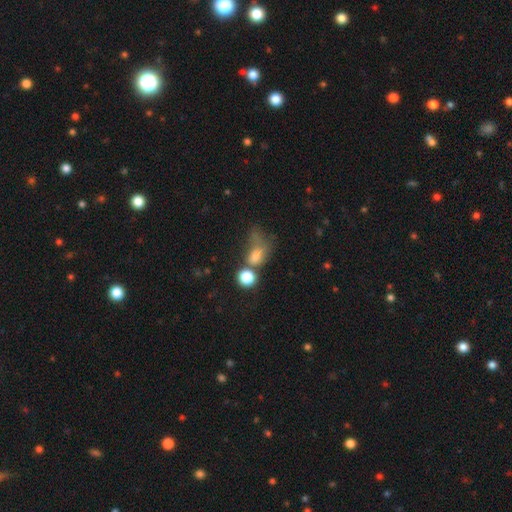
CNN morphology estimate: Smooth or featured? Predicted: smooth (p=0.67). How rounded? Predicted: in between (p=0.60). Merging? Predicted: major disturbance (p=0.32).